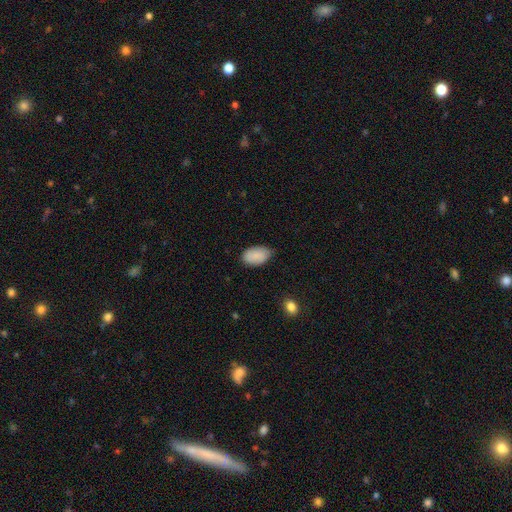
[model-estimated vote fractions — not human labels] Smooth or featured? Predicted: smooth (p=0.86). How rounded? Predicted: in between (p=0.93). Merging? Predicted: none (p=0.70).